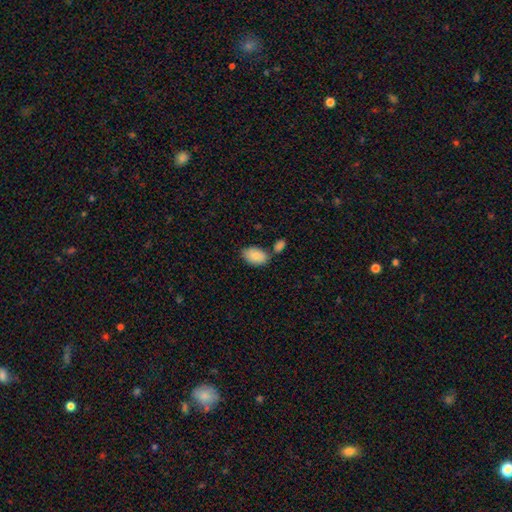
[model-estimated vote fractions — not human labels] Smooth or featured: smooth — 87% (featured or disk — 7%)
How rounded: in between — 92% (round — 6%)
Merging: none — 64% (minor disturbance — 17%)